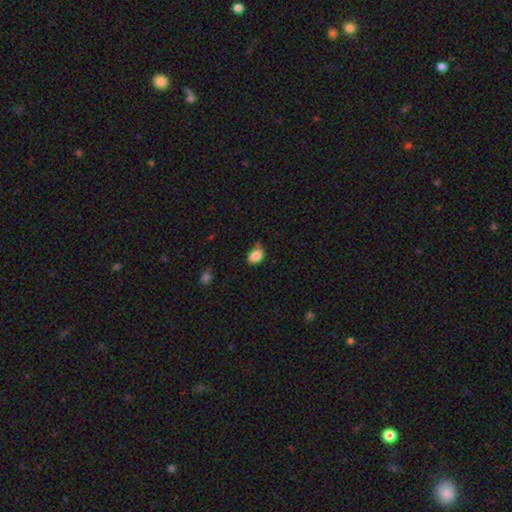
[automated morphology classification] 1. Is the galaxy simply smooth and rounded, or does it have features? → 86% smooth, 9% star or artifact, 5% featured or disk.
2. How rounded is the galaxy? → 69% in between, 30% round, 1% cigar-shaped.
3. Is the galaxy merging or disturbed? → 66% none, 23% minor disturbance, 6% merger, 5% major disturbance.